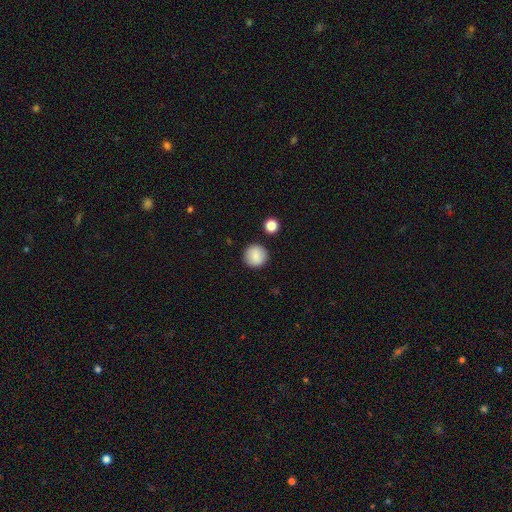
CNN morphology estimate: The model was most divided on "smooth or featured": smooth: 87%, star or artifact: 8%, featured or disk: 6%. More confident: how rounded — round (95%); merging — none (91%).